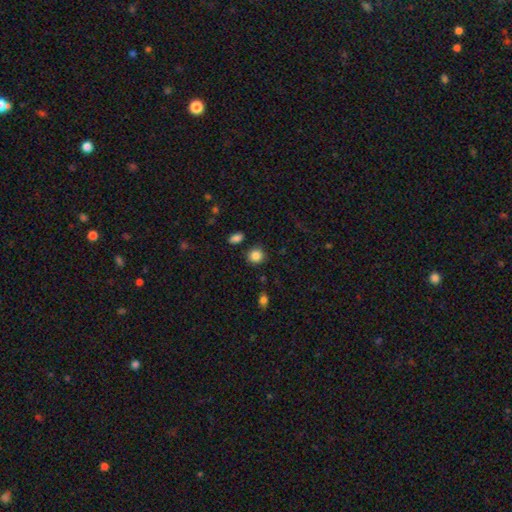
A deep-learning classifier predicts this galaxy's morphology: type=smooth (86%); roundness=round (87%); merging=none (87%).